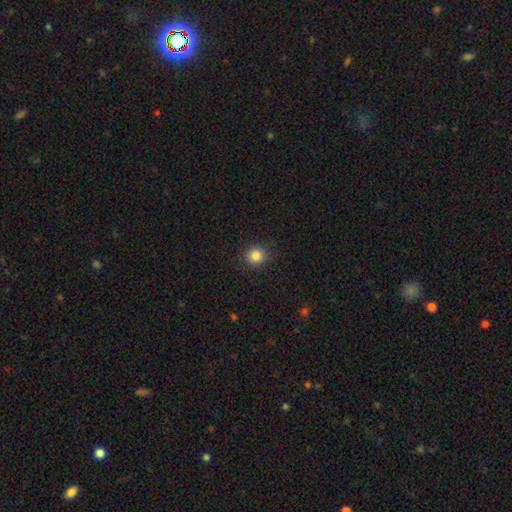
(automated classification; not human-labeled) Smooth or featured? Predicted: smooth (p=0.84). How rounded? Predicted: round (p=0.91). Merging? Predicted: none (p=0.89).